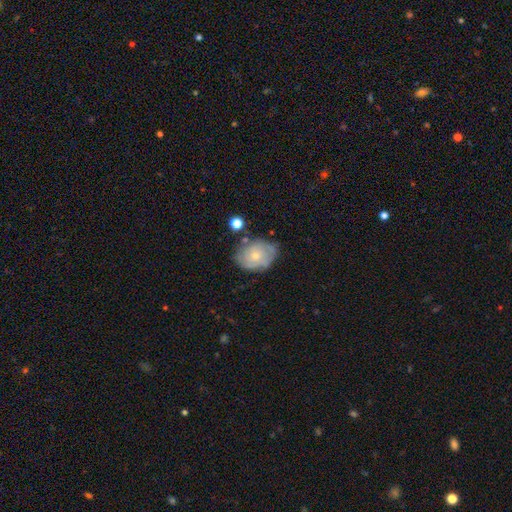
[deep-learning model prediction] smooth_or_featured: featured or disk (p=0.49) [alt: smooth p=0.44]
merging: none (p=0.61) [alt: minor disturbance p=0.26]